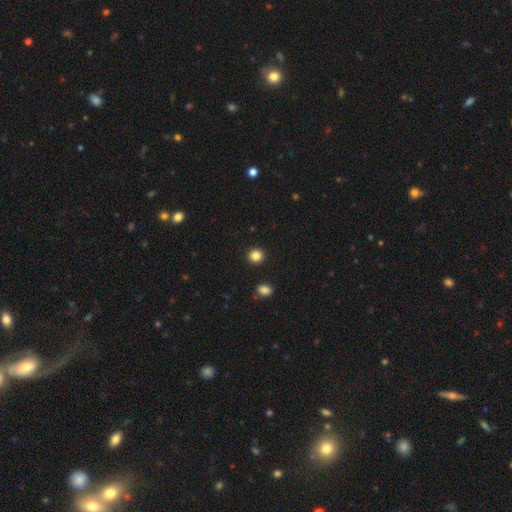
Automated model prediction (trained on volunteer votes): Smooth or featured?
  - smooth: 85% *
  - star or artifact: 11%
  - featured or disk: 4%
How rounded?
  - round: 91% *
  - in between: 8%
  - cigar-shaped: 1%
Merging?
  - none: 93% *
  - minor disturbance: 4%
  - major disturbance: 2%
  - merger: 2%